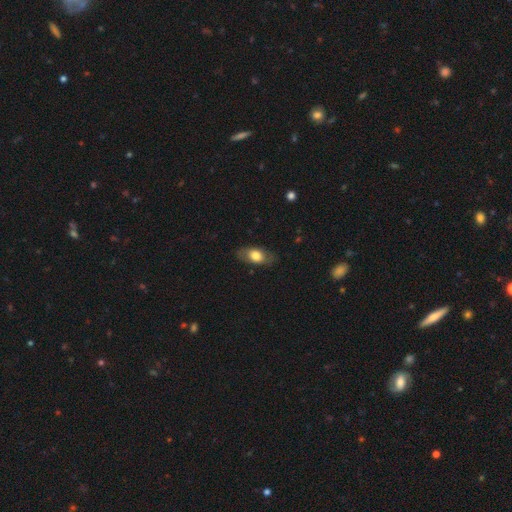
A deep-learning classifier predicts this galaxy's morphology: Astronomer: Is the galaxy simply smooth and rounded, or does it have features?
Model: smooth — 69%.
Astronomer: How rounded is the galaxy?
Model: in between — 86%.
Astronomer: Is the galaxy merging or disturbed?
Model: none — 80%.